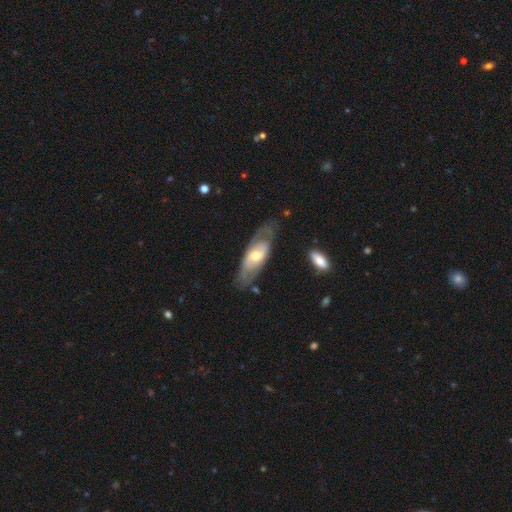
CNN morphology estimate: This appears to be a featured or disk galaxy (62%) with no bar (63%), spiral arms (52%) and a moderate central bulge (65%). Merging: none (69%).